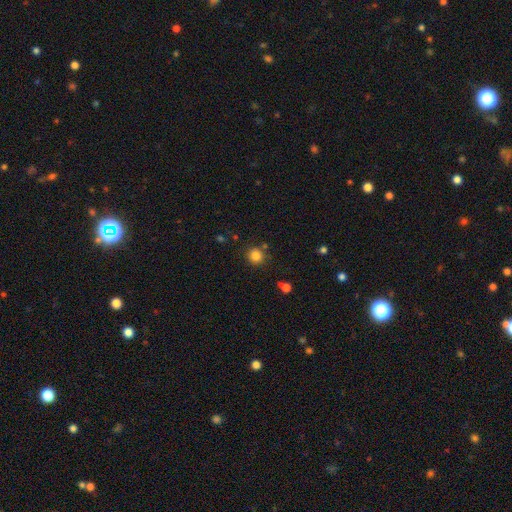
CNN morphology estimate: Q: Smooth or featured?
A: smooth (82%); runner-up: star or artifact (12%)
Q: How rounded?
A: round (92%); runner-up: in between (7%)
Q: Merging?
A: none (83%); runner-up: minor disturbance (9%)